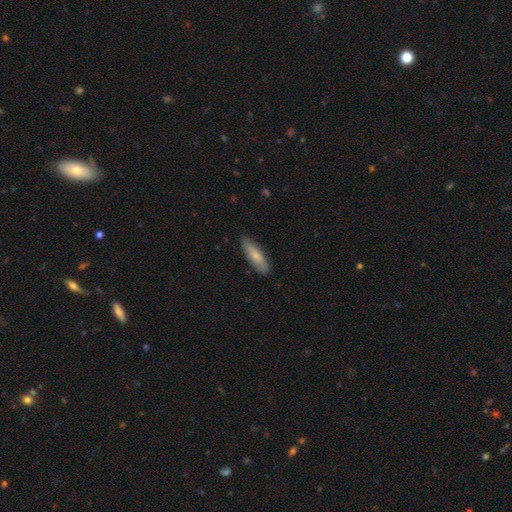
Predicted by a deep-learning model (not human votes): Morphology: type=smooth (75%); roundness=cigar-shaped (56%); merging=none (82%).